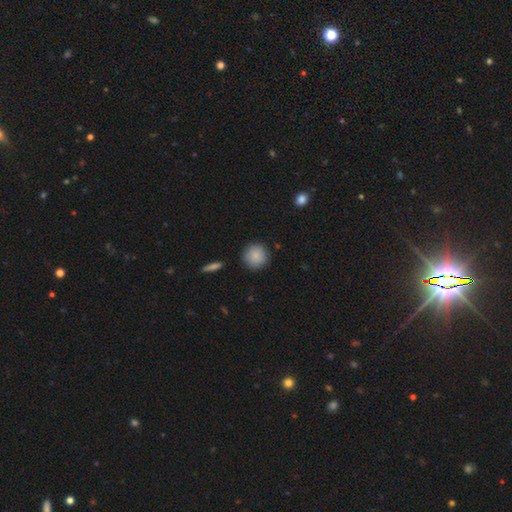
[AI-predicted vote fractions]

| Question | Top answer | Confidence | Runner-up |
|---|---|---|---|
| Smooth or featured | smooth | 87% | star or artifact (8%) |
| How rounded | round | 94% | in between (5%) |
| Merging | none | 89% | minor disturbance (8%) |